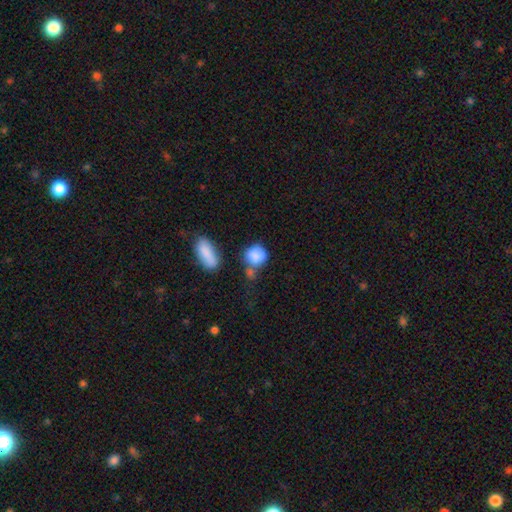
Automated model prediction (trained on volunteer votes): This is clearly a smooth galaxy (83%). How rounded: possibly round (59%). Merging: marginally none (41%).